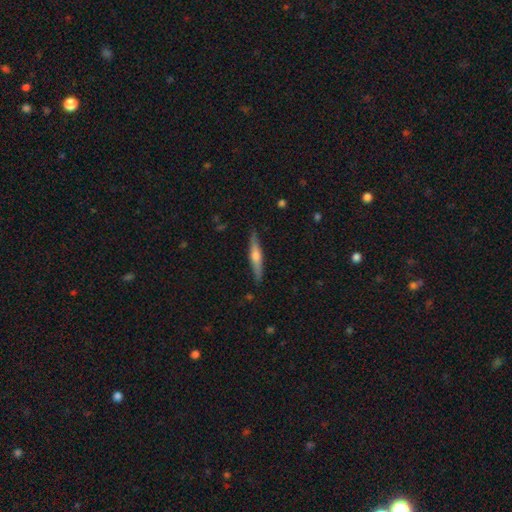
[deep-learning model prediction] A featured or disk galaxy (60%) viewed edge-on (96%) with a rounded central bulge (86%). Merging: none (89%).